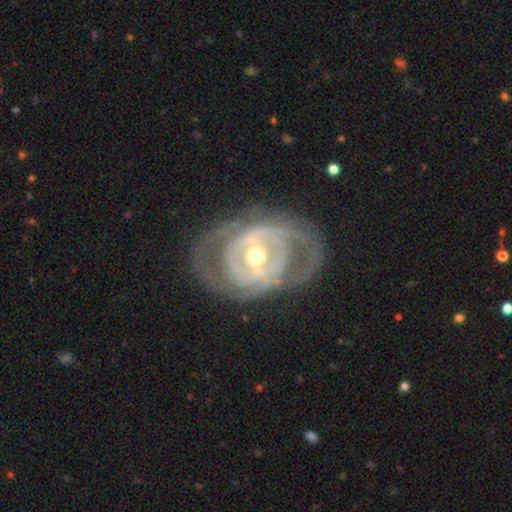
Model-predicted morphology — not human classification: type=featured or disk (85%); edge-on=no (95%); bar=no (50%); spiral arms=yes (78%); winding=tight (63%); arm count=2 (40%); bulge=moderate (69%); merging=none (70%).